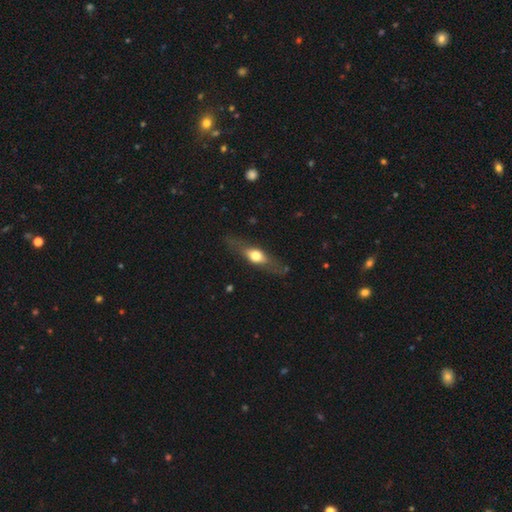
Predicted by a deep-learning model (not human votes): Q: Smooth or featured?
A: featured or disk (48%); runner-up: smooth (46%)
Q: Merging?
A: none (76%); runner-up: minor disturbance (16%)